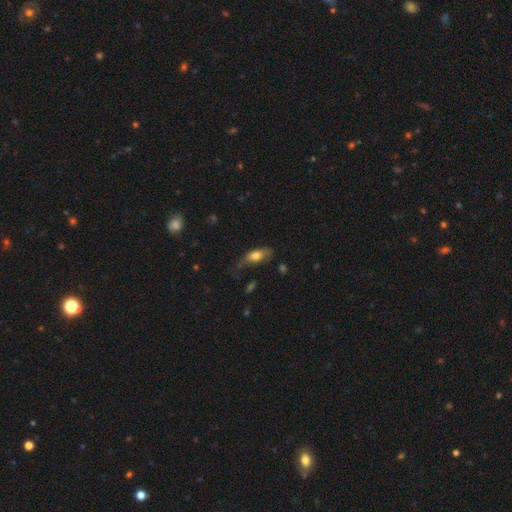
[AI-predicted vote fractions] Overall: smooth (71%). How rounded: in between (80%). Merging: none (49%; minor disturbance 32%).